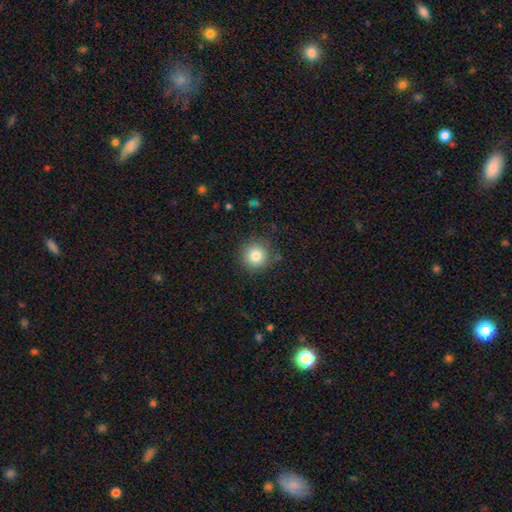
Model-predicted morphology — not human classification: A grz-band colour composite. It shows a smooth galaxy with no disk features (82%) that is round (94%). Merging: none (87%).